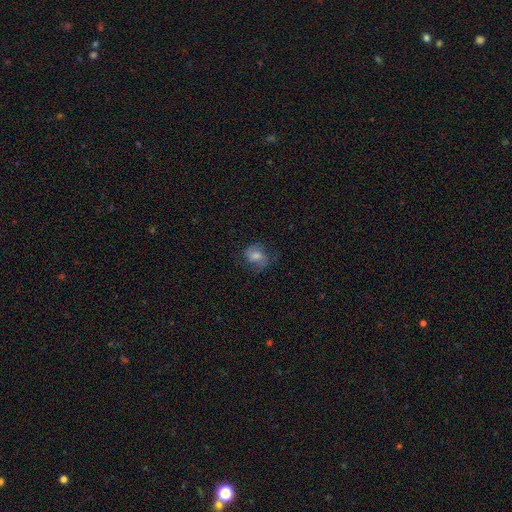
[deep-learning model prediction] Smooth or featured: smooth — 45% (featured or disk — 42%)
Merging: none — 69% (minor disturbance — 20%)